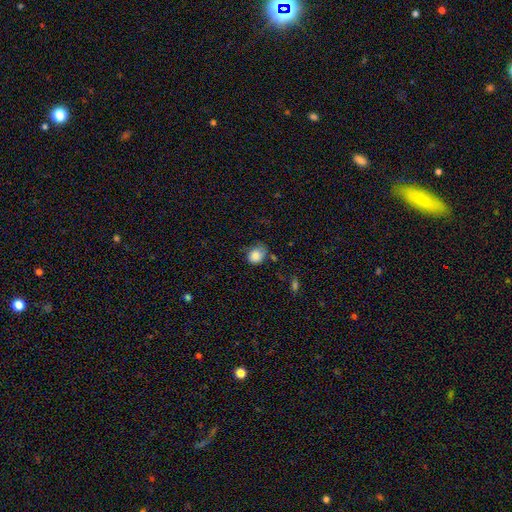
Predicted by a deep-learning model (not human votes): The model was most divided on "merging": none: 48%, minor disturbance: 35%, major disturbance: 12%, merger: 5%. More confident: smooth or featured — smooth (85%); how rounded — round (60%).